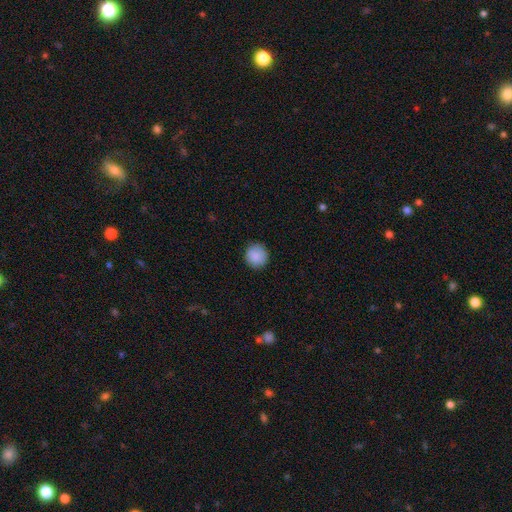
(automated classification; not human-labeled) Overall: smooth (89%). How rounded: round (93%). Merging: none (89%).